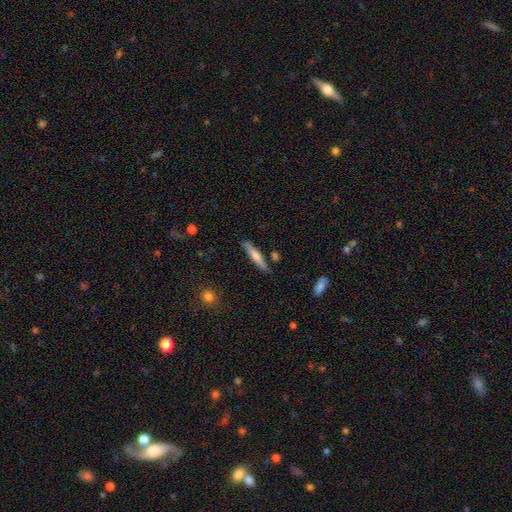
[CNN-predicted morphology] smooth-or-featured: smooth: 52% | featured or disk: 42% | star or artifact: 6%
  how-rounded: cigar-shaped: 89% | in between: 9% | round: 2%
  merging: none: 82% | minor disturbance: 12% | merger: 4% | major disturbance: 2%